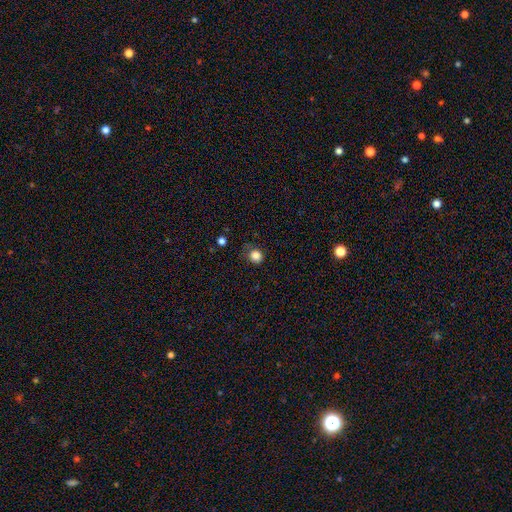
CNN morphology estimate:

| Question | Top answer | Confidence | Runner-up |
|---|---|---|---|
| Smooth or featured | smooth | 84% | star or artifact (12%) |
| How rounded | round | 83% | in between (16%) |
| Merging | none | 74% | minor disturbance (19%) |